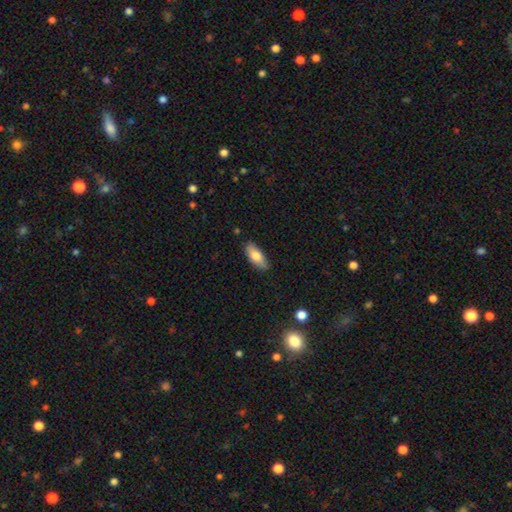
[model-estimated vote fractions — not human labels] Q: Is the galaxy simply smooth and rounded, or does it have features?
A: smooth — 77%.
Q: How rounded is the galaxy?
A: in between — 76%.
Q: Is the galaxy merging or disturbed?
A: none — 85%.